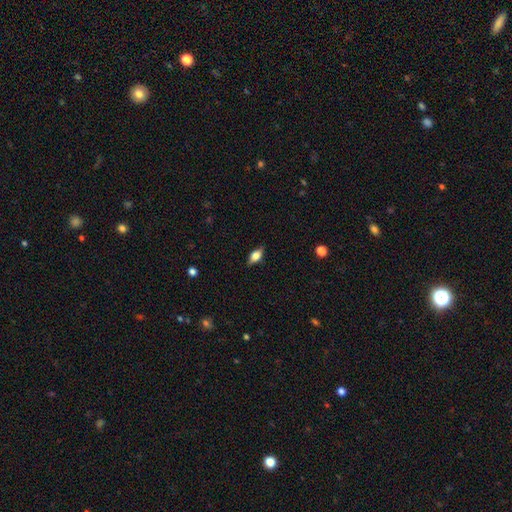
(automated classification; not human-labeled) A smooth galaxy with no disk features (64%) that is in between round and cigar-shaped (82%). Merging: none (85%).